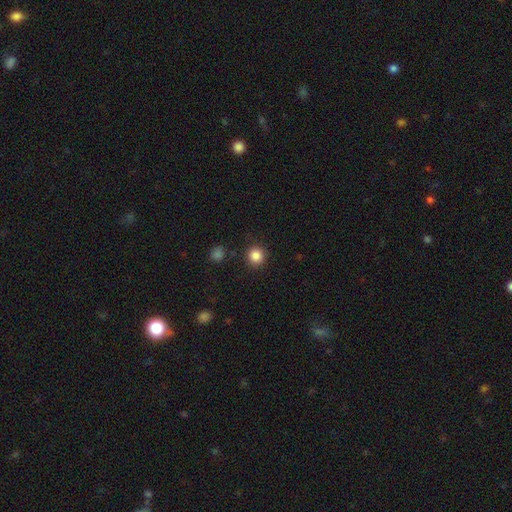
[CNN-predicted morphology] type=smooth (86%); roundness=round (93%); merging=none (90%).